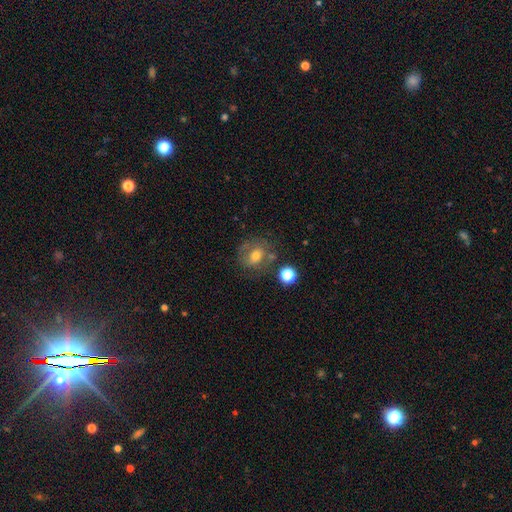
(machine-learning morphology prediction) This appears to be a smooth galaxy with no disk features (55%) that is round (64%). Merging: none (60%).